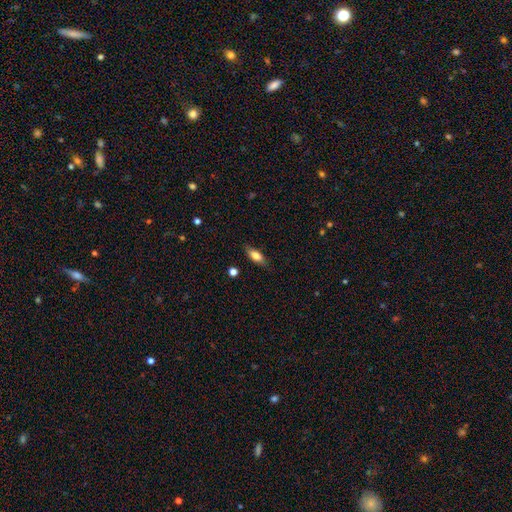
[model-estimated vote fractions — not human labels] The model was most divided on "how rounded": in between: 75%, cigar-shaped: 21%, round: 3%. More confident: merging — none (83%); smooth or featured — smooth (75%).